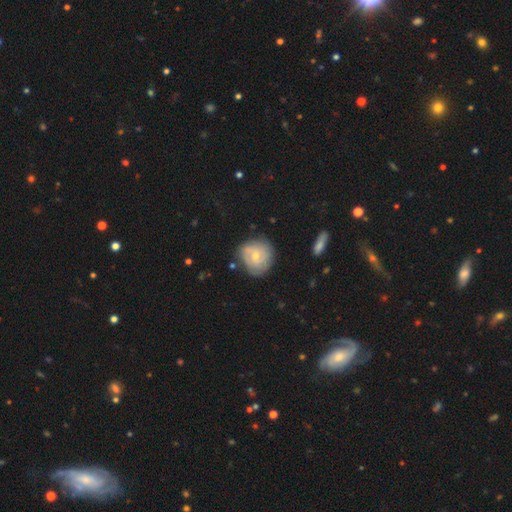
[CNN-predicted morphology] Q: Smooth or featured?
A: featured or disk (58%); runner-up: smooth (36%)
Q: Edge-on disk?
A: no (97%); runner-up: yes (3%)
Q: Bar?
A: no (71%); runner-up: weak (25%)
Q: Spiral arms?
A: yes (74%); runner-up: no (26%)
Q: Bulge size?
A: small (51%); runner-up: moderate (46%)
Q: Merging?
A: none (67%); runner-up: minor disturbance (23%)